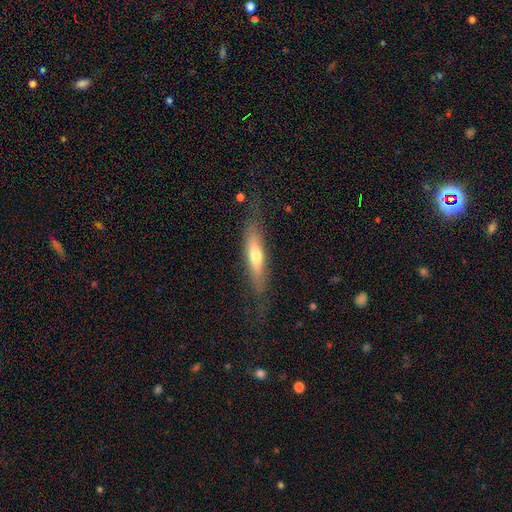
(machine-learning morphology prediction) Q: Smooth or featured?
A: smooth (51%); runner-up: featured or disk (43%)
Q: How rounded?
A: cigar-shaped (81%); runner-up: in between (17%)
Q: Merging?
A: none (75%); runner-up: minor disturbance (16%)